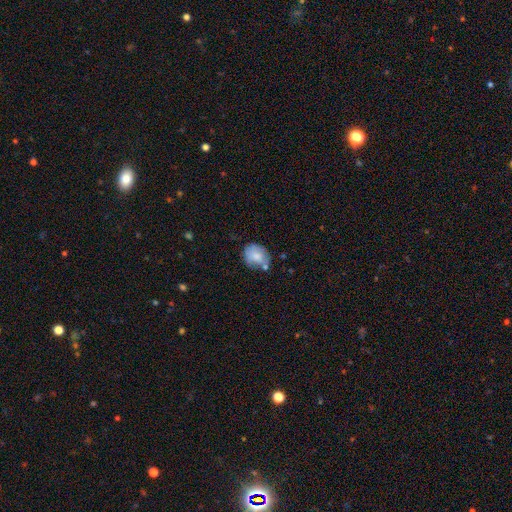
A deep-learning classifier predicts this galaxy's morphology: Smooth or featured? smooth (73%)
How rounded? in between (50%)
Merging? none (49%)